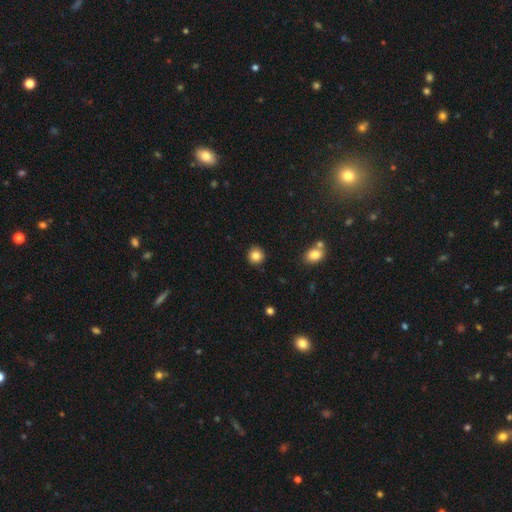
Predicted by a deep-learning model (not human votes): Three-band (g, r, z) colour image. It shows a smooth galaxy with no disk features (84%) that is round (92%). Merging: none (91%).